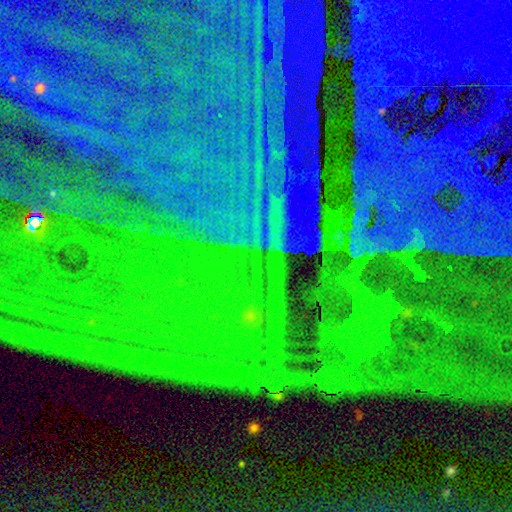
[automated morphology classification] Overall: star or artifact (87%).